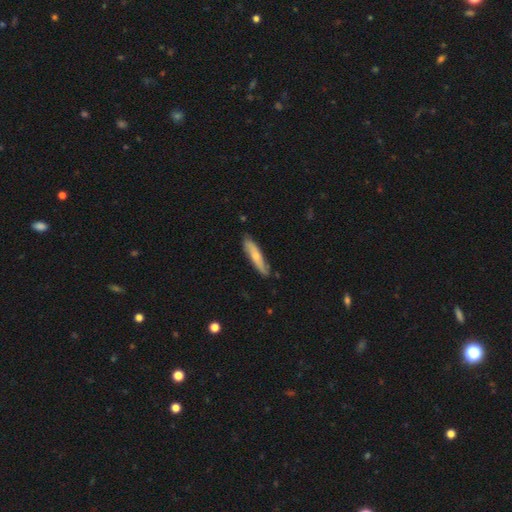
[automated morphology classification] Smooth or featured? smooth (54%)
How rounded? cigar-shaped (84%)
Merging? none (81%)